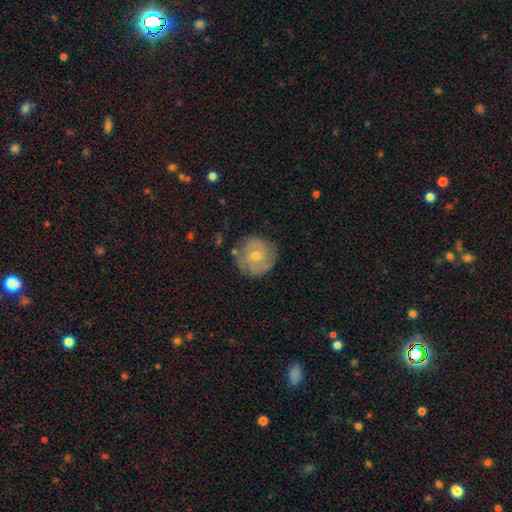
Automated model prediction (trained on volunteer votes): This is possibly a featured or disk galaxy (56%). It is clearly not viewed edge-on (97%). Bar: likely no (69%). Spiral arm pattern: likely yes (71%). Central bulge: possibly small (50%). Merging: likely none (80%).